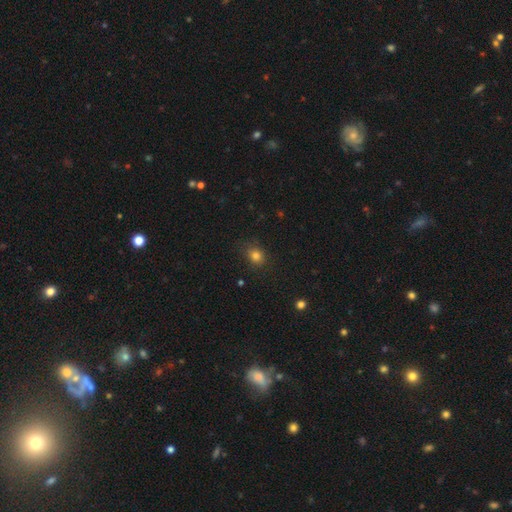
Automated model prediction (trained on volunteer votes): Morphology: type=smooth (81%); roundness=round (65%); merging=none (80%).